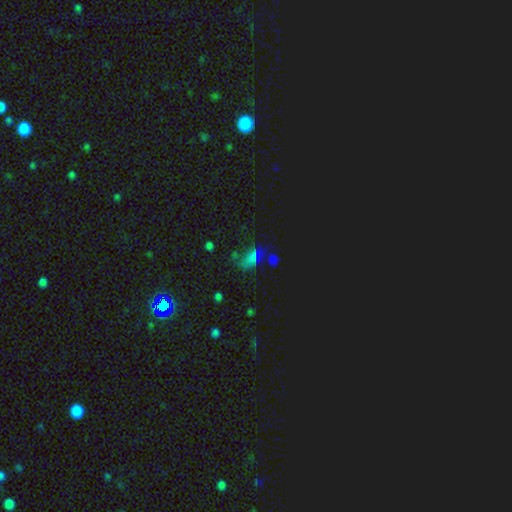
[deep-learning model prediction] smooth_or_featured: star or artifact (p=0.52) [alt: smooth p=0.35]